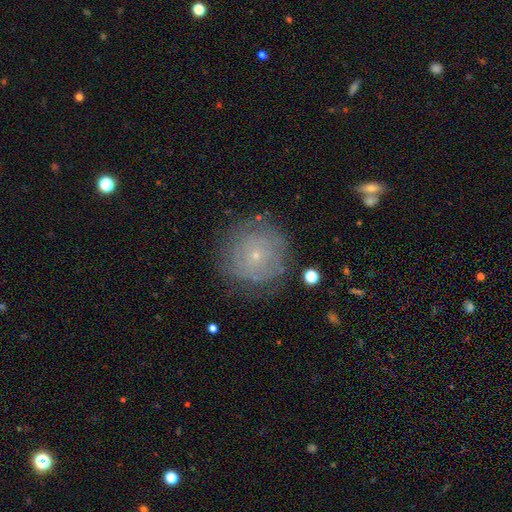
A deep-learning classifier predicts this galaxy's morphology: Smooth or featured? Predicted: featured or disk (p=0.52). Edge-on disk? Predicted: no (p=0.97). Bar? Predicted: no (p=0.88). Spiral arms? Predicted: yes (p=0.68). Bulge size? Predicted: small (p=0.86). Merging? Predicted: none (p=0.78).